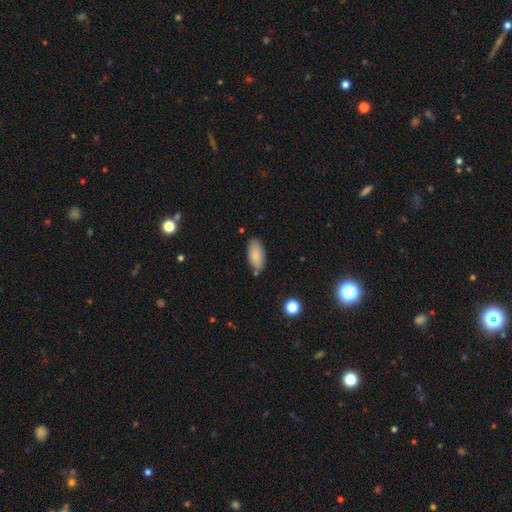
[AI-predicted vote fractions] Smooth or featured? smooth (86%)
How rounded? in between (90%)
Merging? none (78%)